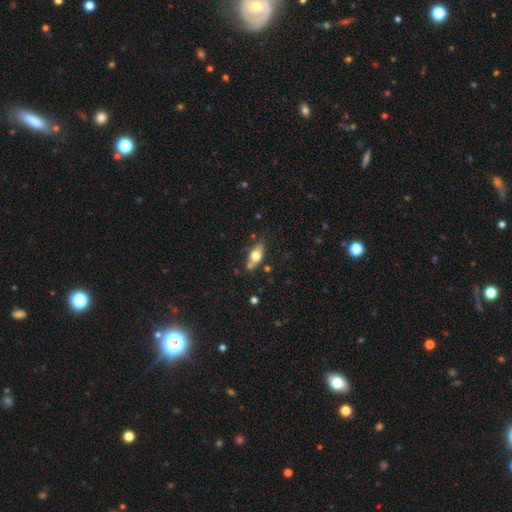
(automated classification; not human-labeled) Q: Smooth or featured?
A: smooth (61%); runner-up: featured or disk (31%)
Q: How rounded?
A: in between (76%); runner-up: cigar-shaped (15%)
Q: Merging?
A: none (67%); runner-up: minor disturbance (19%)